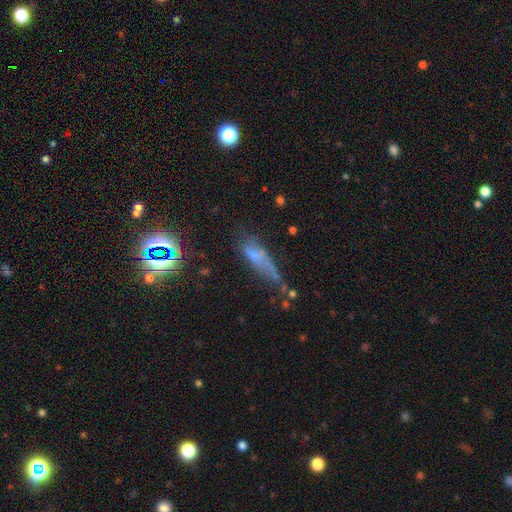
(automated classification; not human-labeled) A smooth galaxy with no disk features (38%).

Vote fractions:
- Smooth or featured? smooth: 38% / featured or disk: 35% / star or artifact: 27%
- Merging? none: 32% / major disturbance: 29% / minor disturbance: 27% / merger: 12%